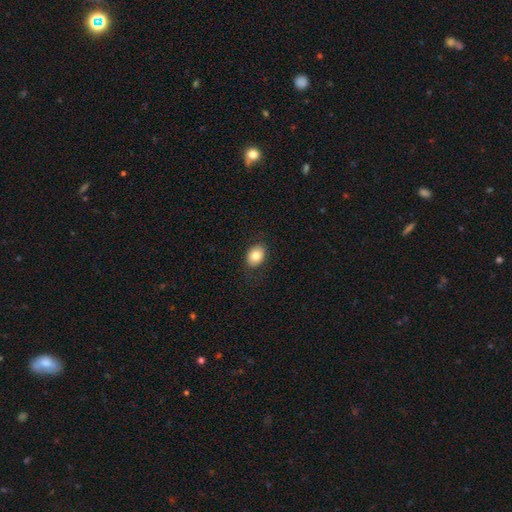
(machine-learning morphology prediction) This appears to be a smooth galaxy with no disk features (81%) that is in between round and cigar-shaped (63%). Merging: none (85%).